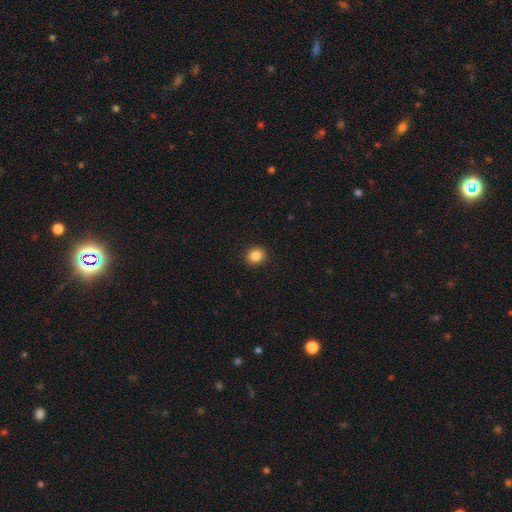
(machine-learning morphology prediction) type=smooth (85%); roundness=round (81%); merging=none (92%).